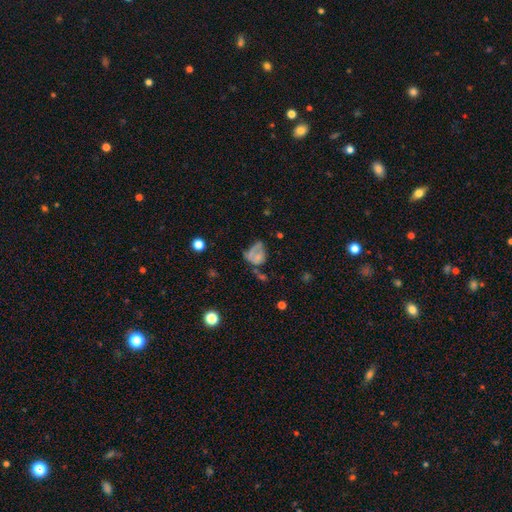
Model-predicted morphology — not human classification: The model was most divided on "merging": major disturbance: 31%, none: 26%, merger: 22%, minor disturbance: 21%. Remaining: smooth or featured — smooth (48%).